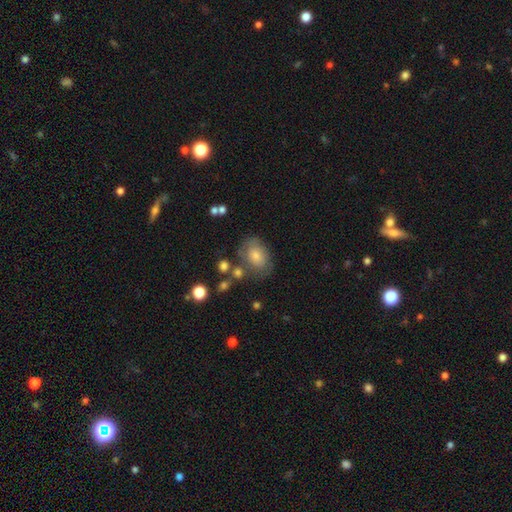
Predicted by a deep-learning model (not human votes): Smooth or featured: smooth — 55% (featured or disk — 33%)
How rounded: in between — 70% (round — 29%)
Merging: none — 65% (minor disturbance — 20%)